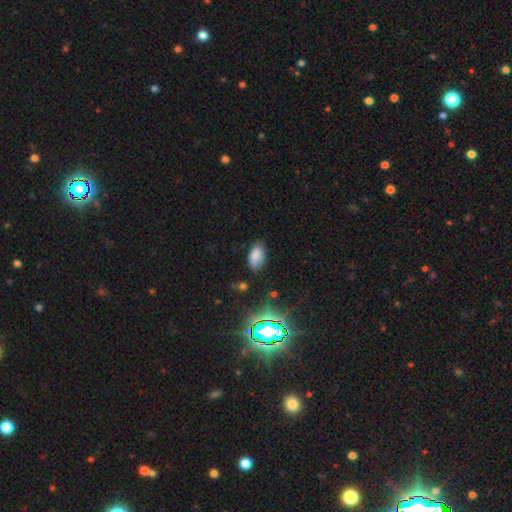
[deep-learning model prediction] A smooth galaxy with no disk features (78%) that is in between round and cigar-shaped (94%).

Vote fractions:
- Smooth or featured? smooth: 78% / star or artifact: 13% / featured or disk: 9%
- How rounded? in between: 94% / round: 4% / cigar-shaped: 2%
- Merging? none: 73% / minor disturbance: 21% / major disturbance: 4% / merger: 2%